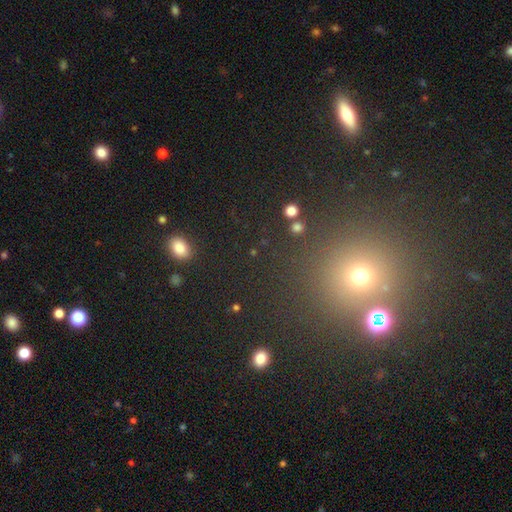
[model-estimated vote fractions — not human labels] A star or artifact, not a galaxy (48%).

Vote fractions:
- Smooth or featured? star or artifact: 48% / smooth: 42% / featured or disk: 9%